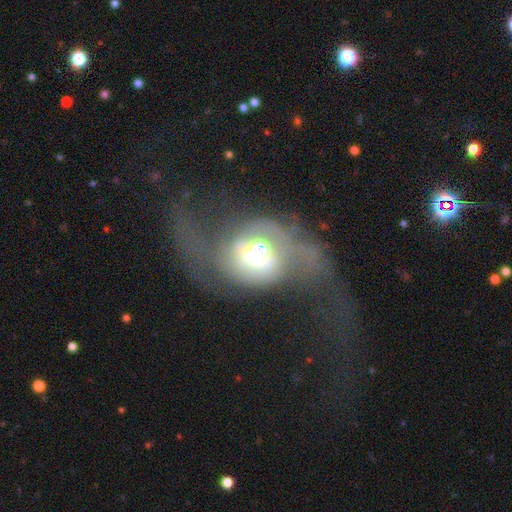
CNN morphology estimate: A featured or disk galaxy (58%) with no bar (72%), no spiral arms (55%) and a moderate central bulge (51%).

Vote fractions:
- Smooth or featured? featured or disk: 58% / smooth: 30% / star or artifact: 13%
- Edge-on disk? no: 94% / yes: 6%
- Bar? no: 72% / weak: 20% / strong: 8%
- Spiral arms? no: 55% / yes: 45%
- Bulge size? moderate: 51% / large: 30% / dominant: 9% / small: 8% / none: 3%
- Merging? major disturbance: 39% / merger: 36% / none: 15% / minor disturbance: 10%